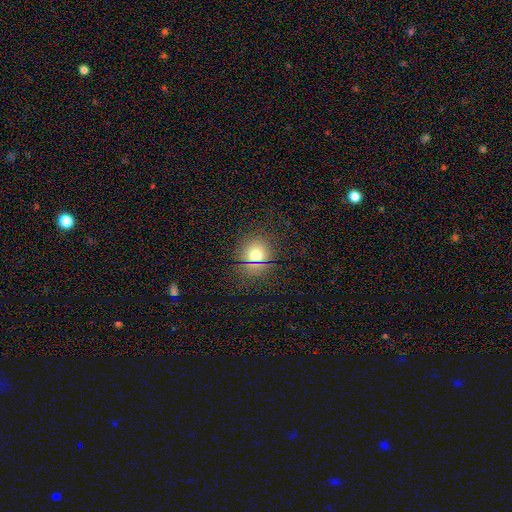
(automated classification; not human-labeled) A smooth galaxy with no disk features (70%) that is round (88%). Merging: none (86%).